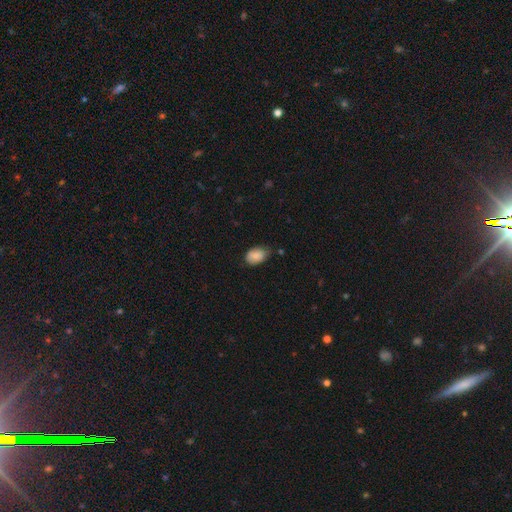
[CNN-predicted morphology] Smooth or featured?
  - smooth: 85% *
  - featured or disk: 8%
  - star or artifact: 7%
How rounded?
  - in between: 86% *
  - round: 13%
  - cigar-shaped: 1%
Merging?
  - none: 62% *
  - minor disturbance: 31%
  - major disturbance: 5%
  - merger: 2%